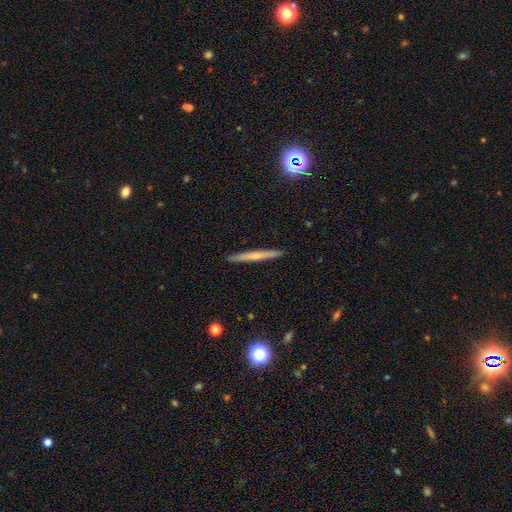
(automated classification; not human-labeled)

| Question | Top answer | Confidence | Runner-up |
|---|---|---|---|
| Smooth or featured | featured or disk | 49% | smooth (44%) |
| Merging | none | 92% | minor disturbance (6%) |